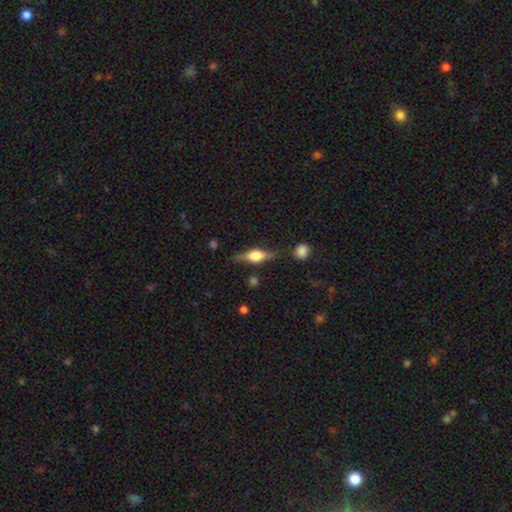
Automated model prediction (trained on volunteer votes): smooth_or_featured: featured or disk (p=0.60) [alt: smooth p=0.32]
disk_edge_on: yes (p=0.93) [alt: no p=0.07]
edge_on_bulge: rounded (p=0.87) [alt: boxy p=0.11]
merging: none (p=0.76) [alt: minor disturbance p=0.16]